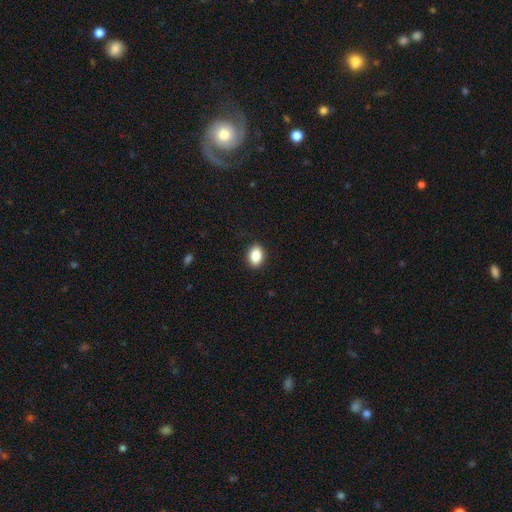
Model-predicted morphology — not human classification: smooth_or_featured: smooth (p=0.87) [alt: star or artifact p=0.08]
how_rounded: in between (p=0.78) [alt: round p=0.21]
merging: none (p=0.90) [alt: minor disturbance p=0.08]